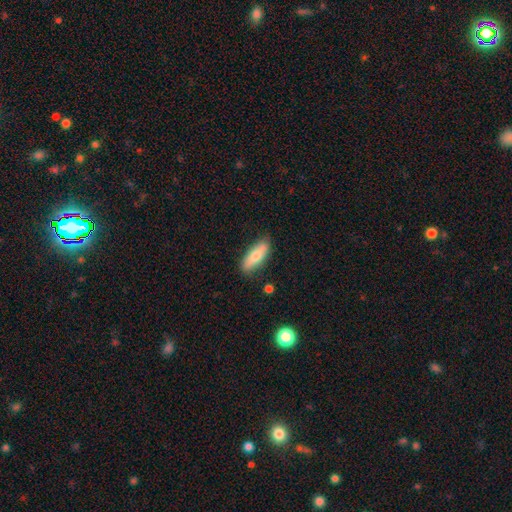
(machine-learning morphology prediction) Q: Smooth or featured?
A: smooth (73%); runner-up: featured or disk (21%)
Q: How rounded?
A: in between (63%); runner-up: cigar-shaped (35%)
Q: Merging?
A: none (82%); runner-up: minor disturbance (13%)